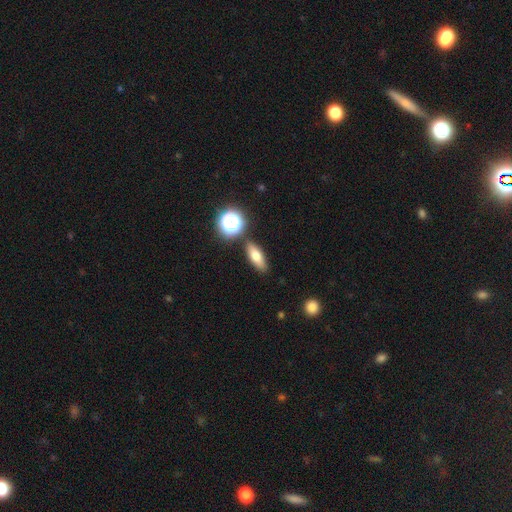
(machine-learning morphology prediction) This appears to be a smooth galaxy with no disk features (68%) that is in between round and cigar-shaped (62%). Merging: none (84%).